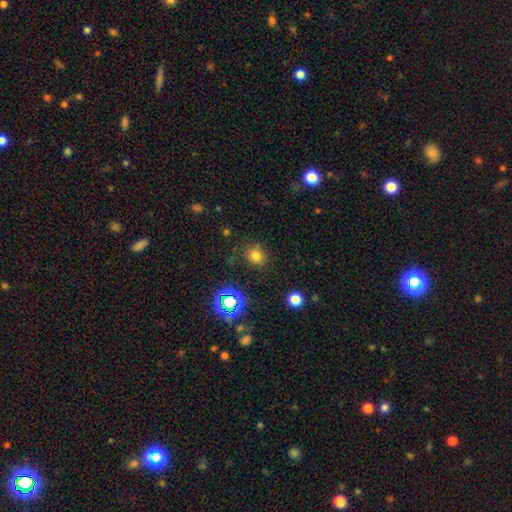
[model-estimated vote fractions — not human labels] smooth 71%, star or artifact 22%, featured or disk 7%. Down the decision tree: how rounded — round (75%); merging — none (81%).